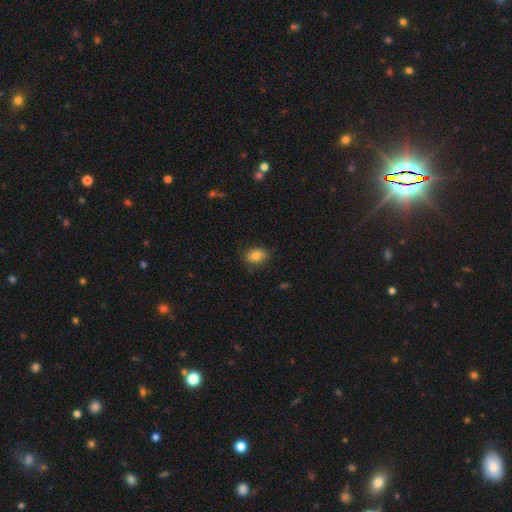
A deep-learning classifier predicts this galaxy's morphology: smooth-or-featured: smooth: 82% | star or artifact: 9% | featured or disk: 9%
  how-rounded: in between: 69% | round: 29% | cigar-shaped: 1%
  merging: none: 82% | minor disturbance: 14% | major disturbance: 3% | merger: 1%